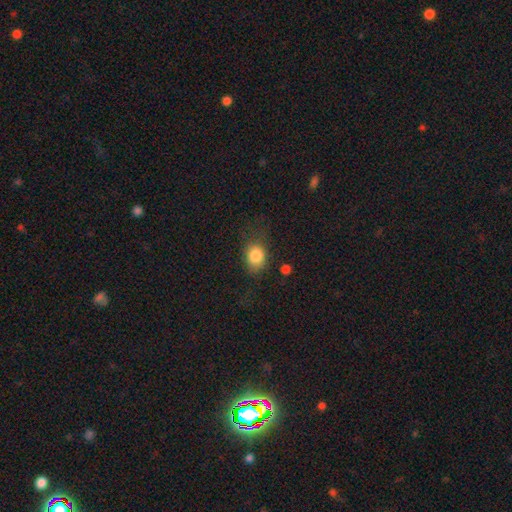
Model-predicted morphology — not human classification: smooth 83%, star or artifact 10%, featured or disk 8%. Down the decision tree: how rounded — in between (53%); merging — none (63%).